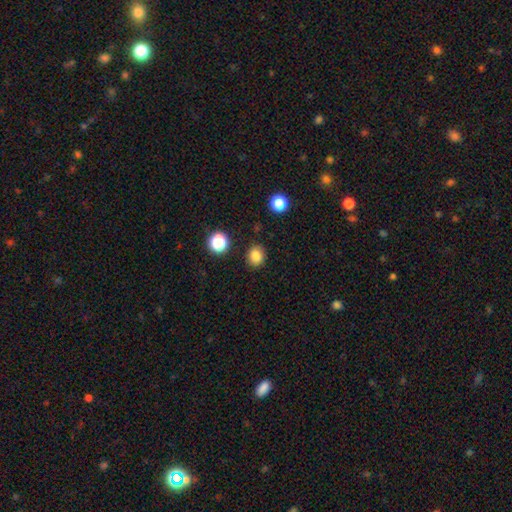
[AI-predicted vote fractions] smooth 82%, star or artifact 13%, featured or disk 5%. Down the decision tree: how rounded — round (70%); merging — none (86%).